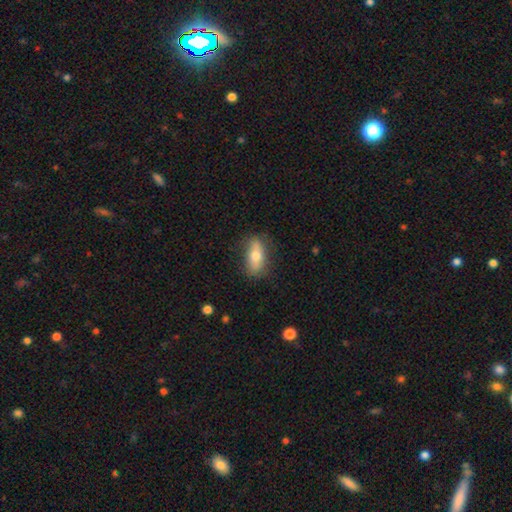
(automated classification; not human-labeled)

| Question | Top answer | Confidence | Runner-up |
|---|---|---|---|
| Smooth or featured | smooth | 64% | featured or disk (29%) |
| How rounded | in between | 73% | cigar-shaped (23%) |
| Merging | none | 78% | minor disturbance (17%) |